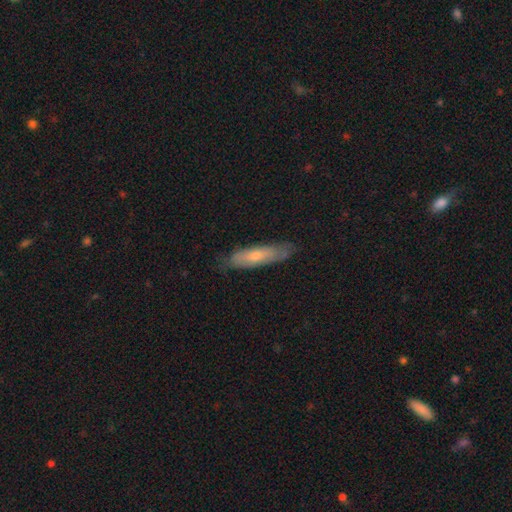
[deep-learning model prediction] Smooth or featured?
  - smooth: 56% *
  - featured or disk: 38%
  - star or artifact: 6%
How rounded?
  - cigar-shaped: 72% *
  - in between: 26%
  - round: 2%
Merging?
  - none: 72% *
  - minor disturbance: 22%
  - major disturbance: 5%
  - merger: 1%